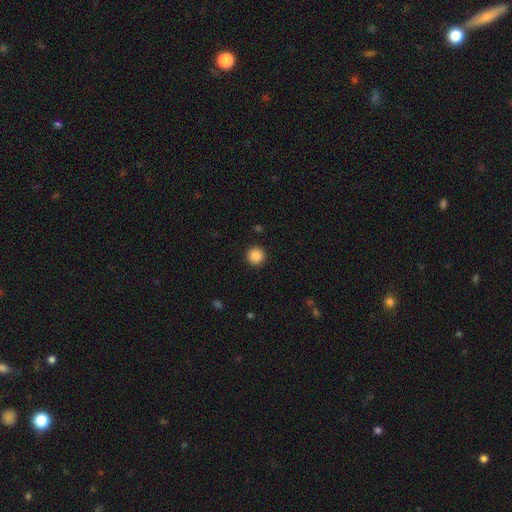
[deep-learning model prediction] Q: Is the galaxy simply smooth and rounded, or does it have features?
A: smooth — 88%.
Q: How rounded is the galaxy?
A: round — 95%.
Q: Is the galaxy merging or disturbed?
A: none — 92%.